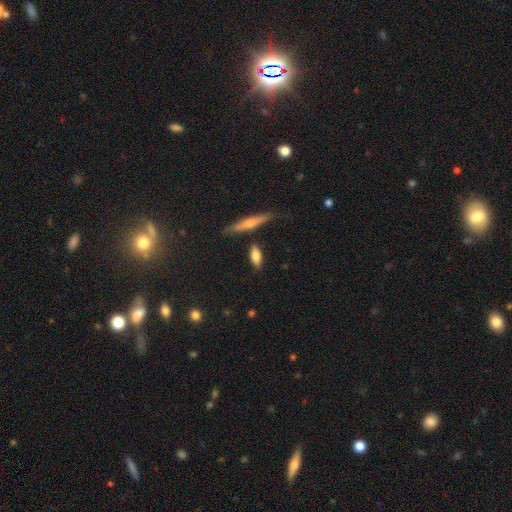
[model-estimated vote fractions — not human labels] smooth-or-featured: smooth: 76% | featured or disk: 17% | star or artifact: 7%
  how-rounded: in between: 71% | cigar-shaped: 25% | round: 4%
  merging: none: 78% | minor disturbance: 13% | merger: 6% | major disturbance: 3%